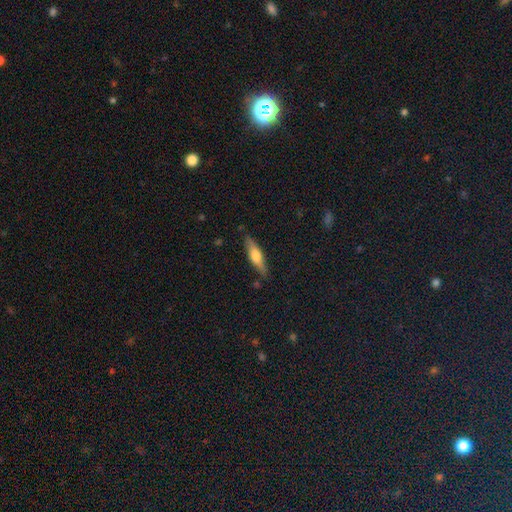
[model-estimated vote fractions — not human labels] Overall: smooth (50%; featured or disk 44%). Merging: none (84%).